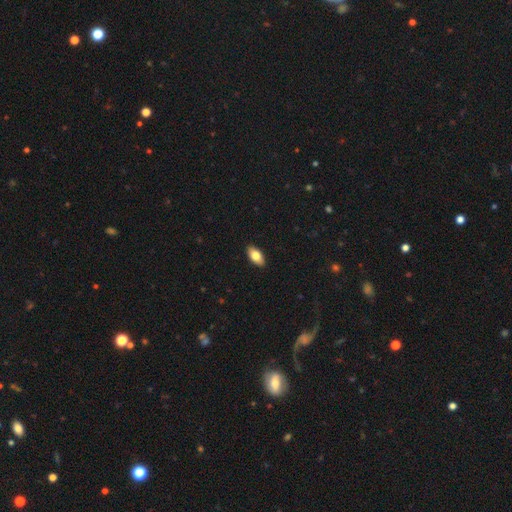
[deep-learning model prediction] Smooth or featured? smooth (79%)
How rounded? in between (92%)
Merging? none (90%)